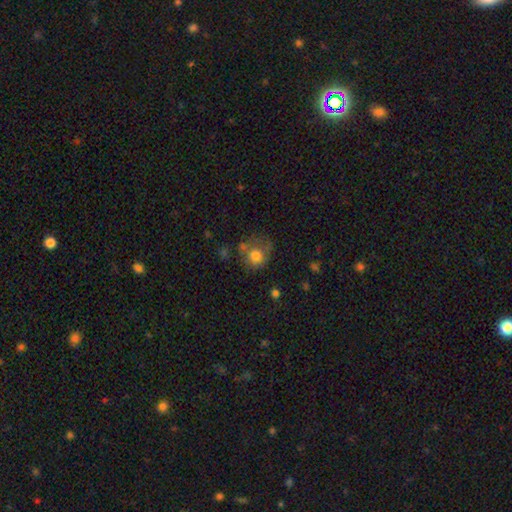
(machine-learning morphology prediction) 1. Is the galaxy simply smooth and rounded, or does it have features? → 70% smooth, 20% featured or disk, 10% star or artifact.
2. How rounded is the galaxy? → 74% round, 25% in between, 1% cigar-shaped.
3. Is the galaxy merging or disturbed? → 43% none, 26% minor disturbance, 22% major disturbance, 9% merger.